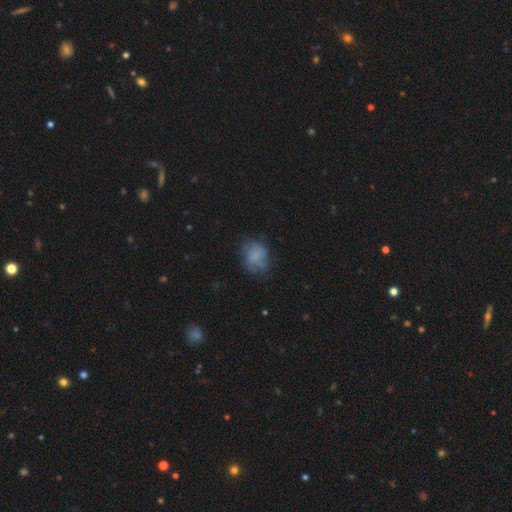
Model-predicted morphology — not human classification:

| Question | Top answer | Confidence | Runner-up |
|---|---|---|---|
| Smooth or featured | smooth | 55% | featured or disk (33%) |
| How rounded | round | 52% | in between (47%) |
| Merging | none | 54% | minor disturbance (25%) |